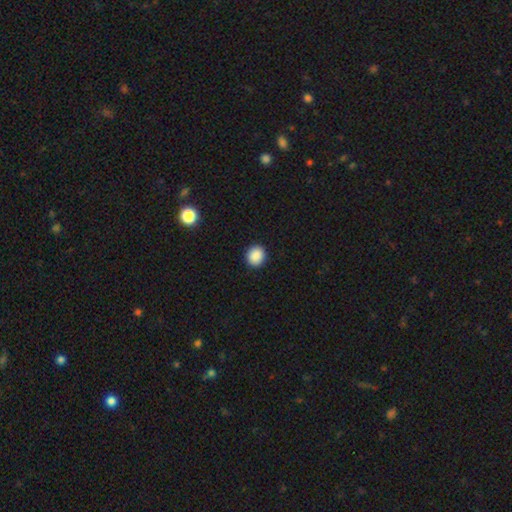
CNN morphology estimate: type=smooth (89%); roundness=round (85%); merging=none (92%).